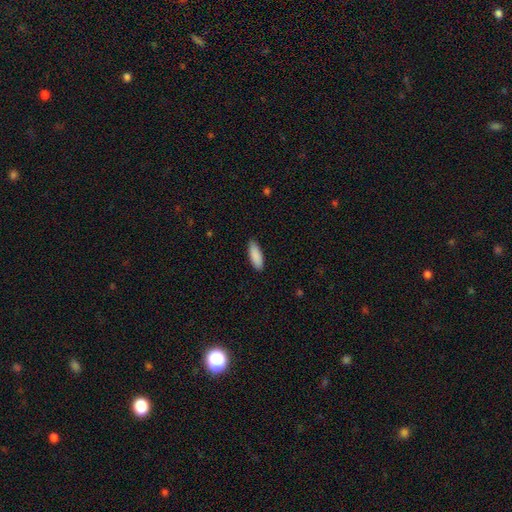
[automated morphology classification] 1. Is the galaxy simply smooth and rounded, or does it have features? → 90% smooth, 6% star or artifact, 4% featured or disk.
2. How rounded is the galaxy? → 64% in between, 34% cigar-shaped, 2% round.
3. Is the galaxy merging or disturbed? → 87% none, 10% minor disturbance, 2% major disturbance, 1% merger.